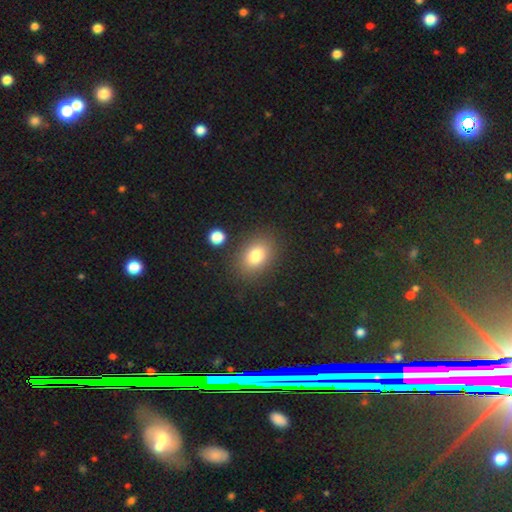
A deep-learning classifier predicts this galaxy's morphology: A smooth galaxy with no disk features (80%) that is in between round and cigar-shaped (73%).

Vote fractions:
- Smooth or featured? smooth: 80% / star or artifact: 10% / featured or disk: 10%
- How rounded? in between: 73% / round: 25% / cigar-shaped: 1%
- Merging? none: 83% / minor disturbance: 10% / major disturbance: 4% / merger: 4%